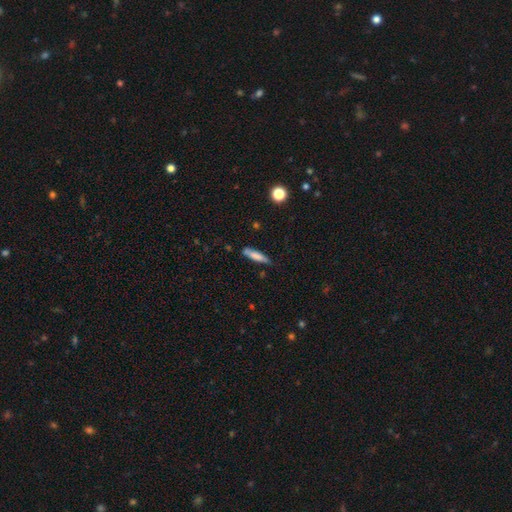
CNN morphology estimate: Smooth or featured? Predicted: smooth (p=0.75). How rounded? Predicted: cigar-shaped (p=0.76). Merging? Predicted: none (p=0.71).